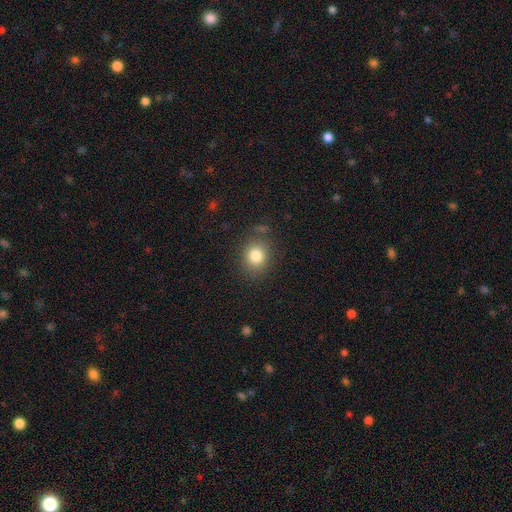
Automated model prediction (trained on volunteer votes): Overall: smooth (81%). How rounded: round (71%). Merging: none (82%).